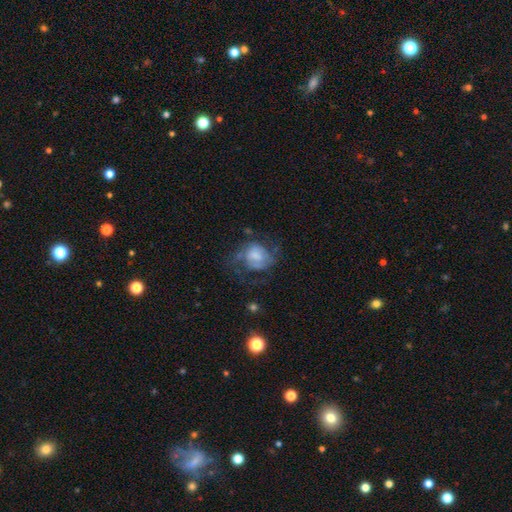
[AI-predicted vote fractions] The model was most divided on "bulge size": moderate: 33%, small: 29%, large: 18%, none: 17%, dominant: 3%. Remaining: edge-on disk — no (97%); spiral arms — yes (72%); bar — no (63%); smooth or featured — featured or disk (54%); merging — none (40%).